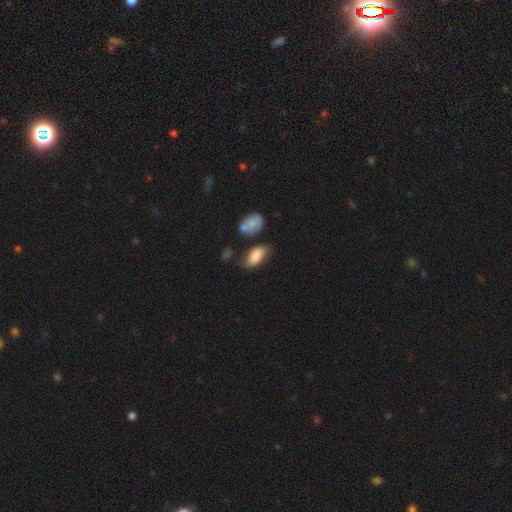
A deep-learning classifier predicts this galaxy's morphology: The model was most divided on "merging": none: 54%, minor disturbance: 29%, major disturbance: 10%, merger: 7%. More confident: how rounded — in between (91%); smooth or featured — smooth (78%).